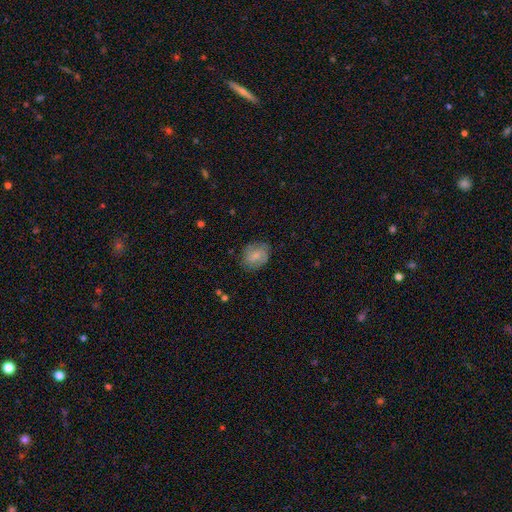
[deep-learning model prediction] Smooth or featured? Predicted: smooth (p=0.60). How rounded? Predicted: round (p=0.52). Merging? Predicted: none (p=0.77).